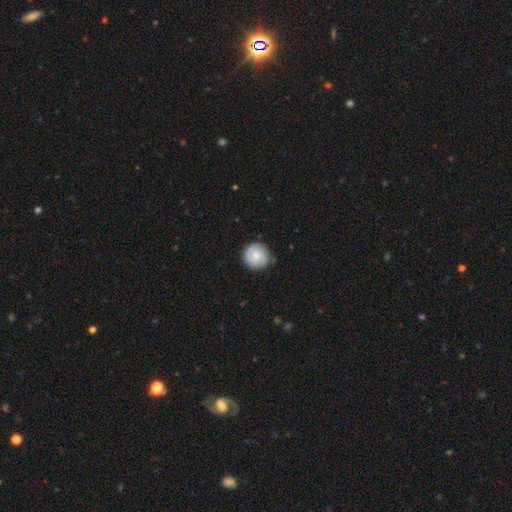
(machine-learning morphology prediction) Q: Smooth or featured?
A: smooth (51%); runner-up: featured or disk (43%)
Q: How rounded?
A: round (92%); runner-up: in between (7%)
Q: Merging?
A: none (78%); runner-up: minor disturbance (17%)